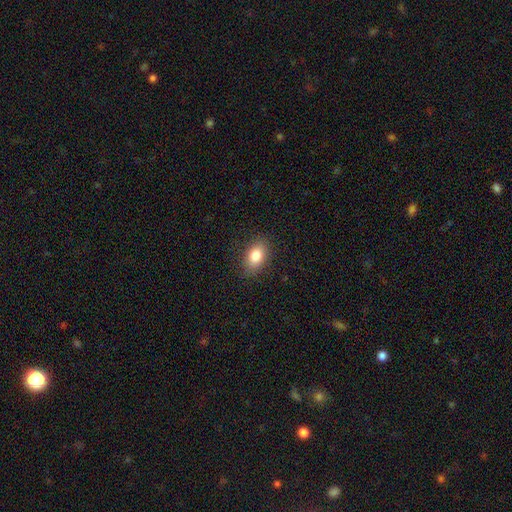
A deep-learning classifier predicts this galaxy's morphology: smooth_or_featured: smooth (p=0.84) [alt: star or artifact p=0.08]
how_rounded: in between (p=0.87) [alt: round p=0.11]
merging: none (p=0.85) [alt: minor disturbance p=0.11]